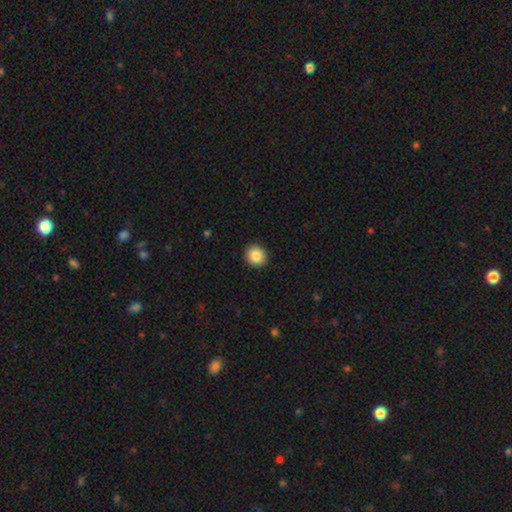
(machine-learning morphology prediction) A smooth galaxy with no disk features (88%) that is round (88%). Merging: none (92%).